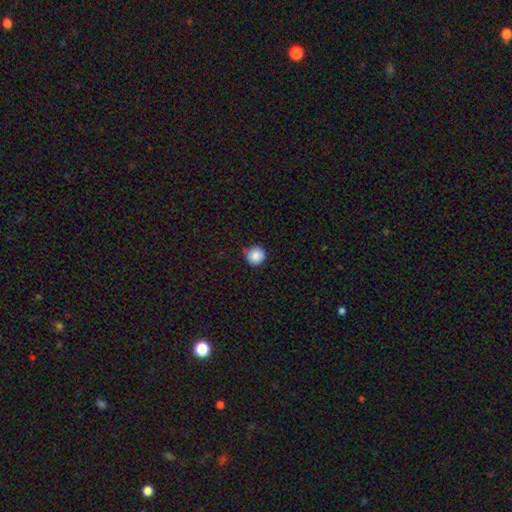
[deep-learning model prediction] The model was most divided on "merging": none: 82%, minor disturbance: 14%, major disturbance: 2%, merger: 2%. More confident: how rounded — round (95%); smooth or featured — smooth (87%).